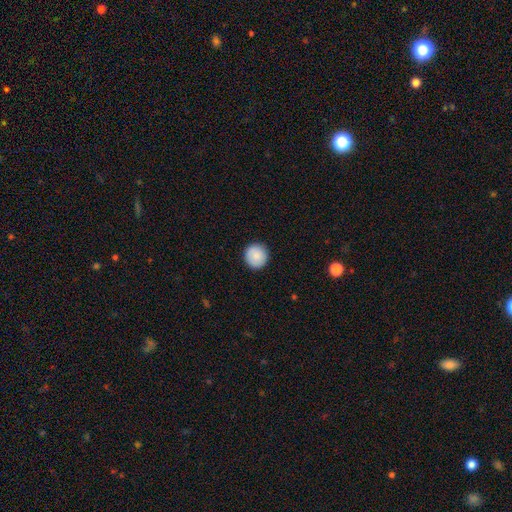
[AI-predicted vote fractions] Q: Smooth or featured?
A: smooth (87%); runner-up: star or artifact (7%)
Q: How rounded?
A: round (95%); runner-up: in between (4%)
Q: Merging?
A: none (92%); runner-up: minor disturbance (6%)